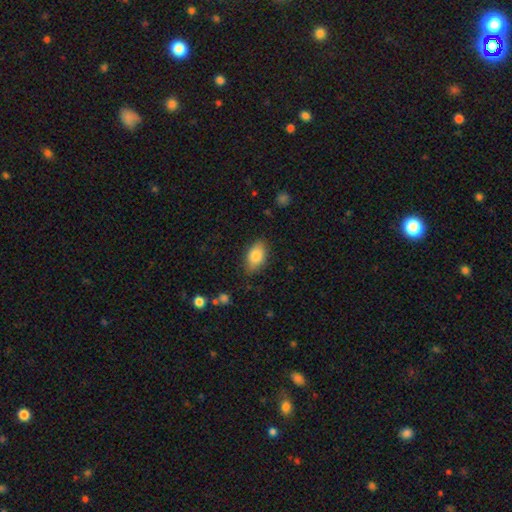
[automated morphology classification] type=smooth (82%); roundness=in between (90%); merging=none (81%).